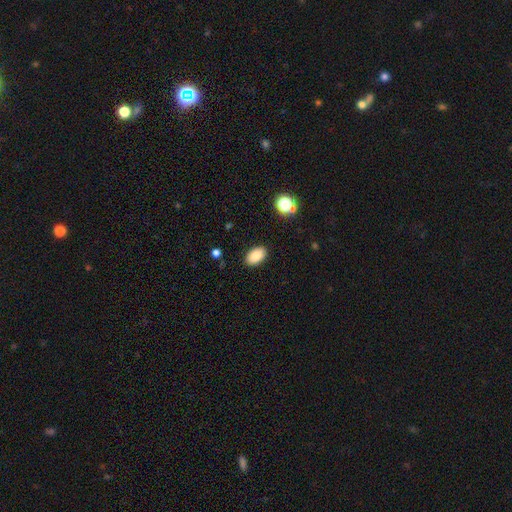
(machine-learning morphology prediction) smooth-or-featured: smooth: 87% | star or artifact: 8% | featured or disk: 5%
  how-rounded: in between: 92% | round: 6% | cigar-shaped: 1%
  merging: none: 89% | minor disturbance: 8% | major disturbance: 2% | merger: 1%